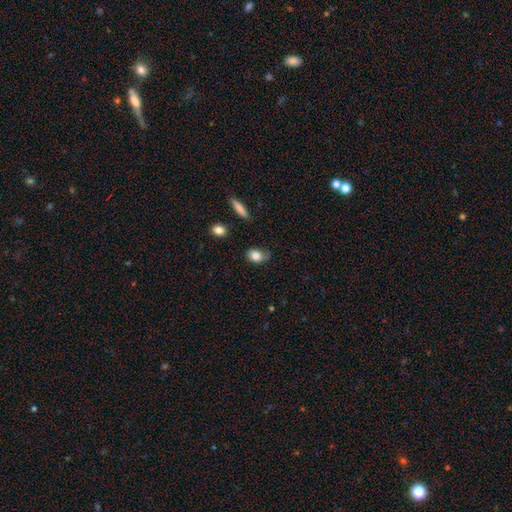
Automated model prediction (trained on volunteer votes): Smooth or featured? smooth (77%)
How rounded? in between (76%)
Merging? none (54%)